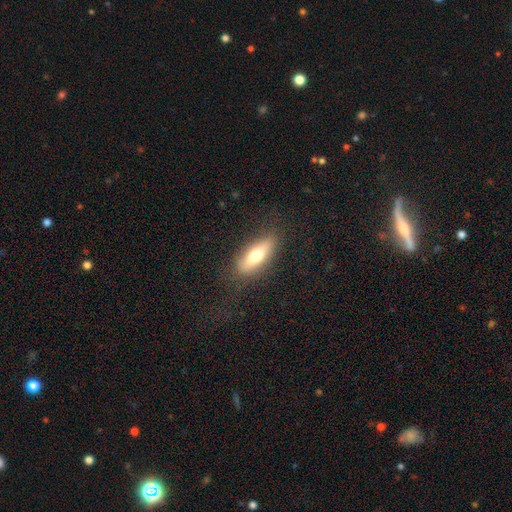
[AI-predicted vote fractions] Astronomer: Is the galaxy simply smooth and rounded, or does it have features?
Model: smooth — 65%.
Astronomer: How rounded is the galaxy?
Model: in between — 58% (runner-up: cigar-shaped, 39%).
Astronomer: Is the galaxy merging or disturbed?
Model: none — 83%.